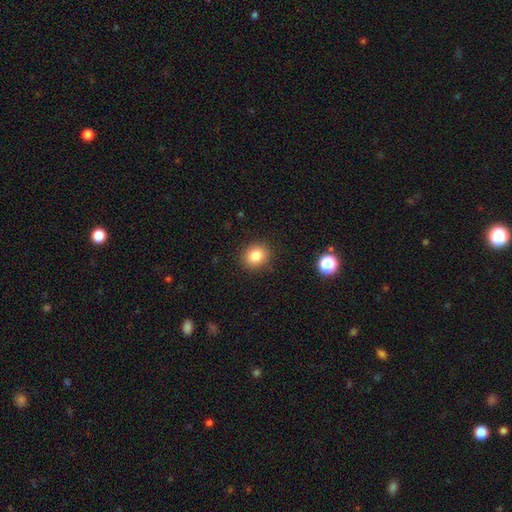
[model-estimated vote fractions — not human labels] Morphology: type=smooth (82%); roundness=round (77%); merging=none (89%).